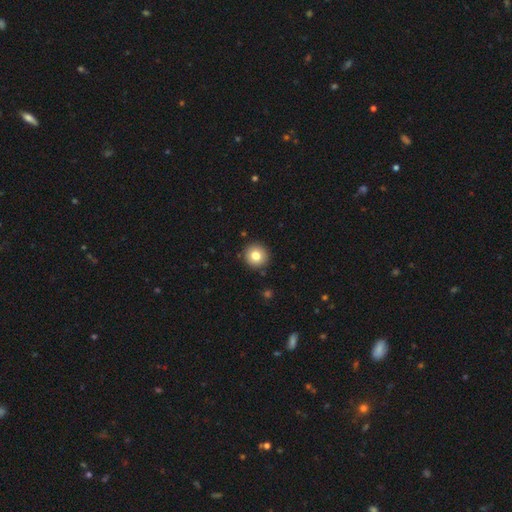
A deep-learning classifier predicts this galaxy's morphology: type=smooth (80%); roundness=round (95%); merging=none (92%).